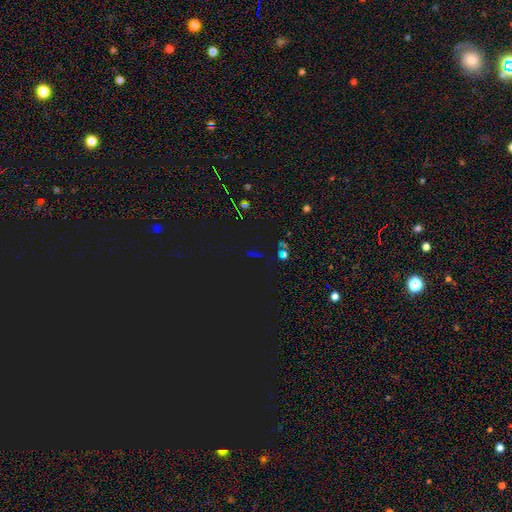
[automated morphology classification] Q: Smooth or featured?
A: star or artifact (67%); runner-up: smooth (22%)